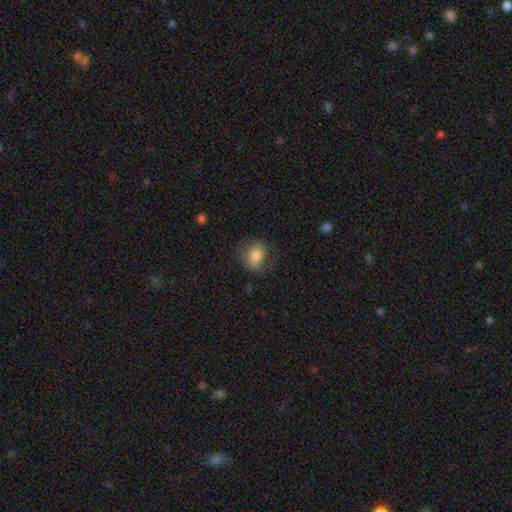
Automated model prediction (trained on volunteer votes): A smooth galaxy with no disk features (76%) that is in between round and cigar-shaped (62%).

Vote fractions:
- Smooth or featured? smooth: 76% / featured or disk: 15% / star or artifact: 8%
- How rounded? in between: 62% / round: 37% / cigar-shaped: 1%
- Merging? none: 68% / minor disturbance: 21% / major disturbance: 10% / merger: 1%